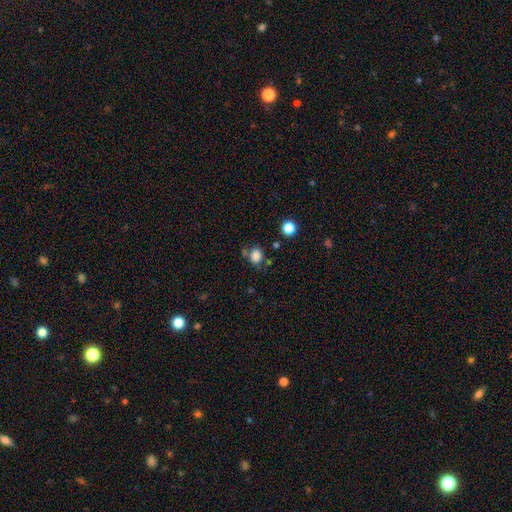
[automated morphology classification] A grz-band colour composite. It shows a smooth galaxy with no disk features (83%) that is round (52%). Merging: none (65%).